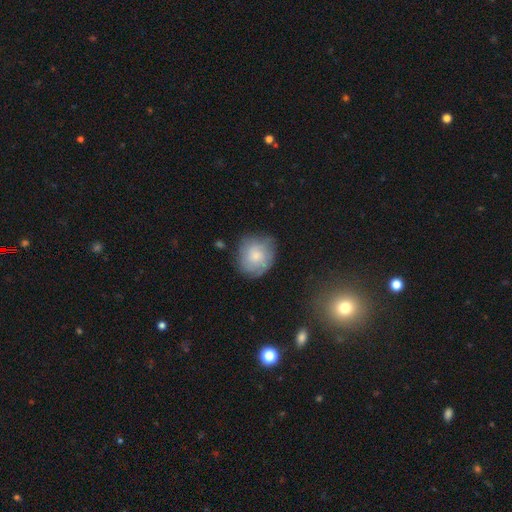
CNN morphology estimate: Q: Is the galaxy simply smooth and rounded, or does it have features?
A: smooth — 60%.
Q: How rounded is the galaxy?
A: round — 75%.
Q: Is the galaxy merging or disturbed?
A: none — 68%.